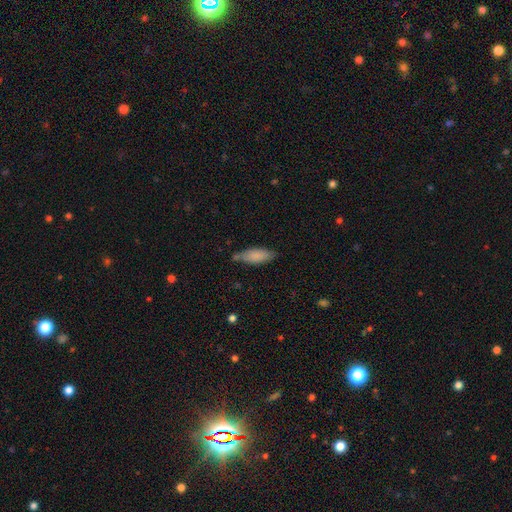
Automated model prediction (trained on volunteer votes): Q: Smooth or featured?
A: smooth (84%); runner-up: featured or disk (10%)
Q: How rounded?
A: in between (70%); runner-up: cigar-shaped (28%)
Q: Merging?
A: none (64%); runner-up: minor disturbance (25%)